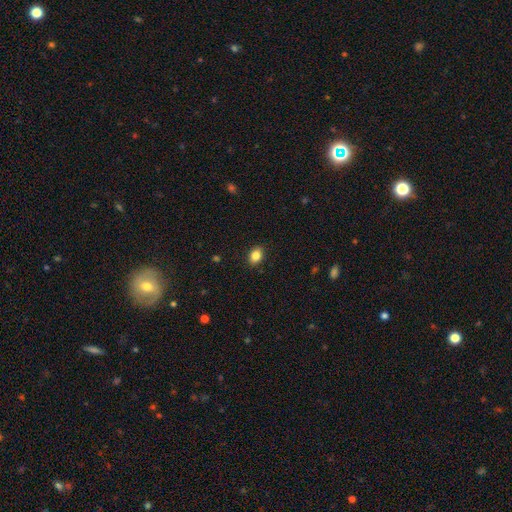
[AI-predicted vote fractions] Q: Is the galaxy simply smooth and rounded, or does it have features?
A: smooth — 85%.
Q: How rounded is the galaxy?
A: in between — 67%.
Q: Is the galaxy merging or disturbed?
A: none — 89%.